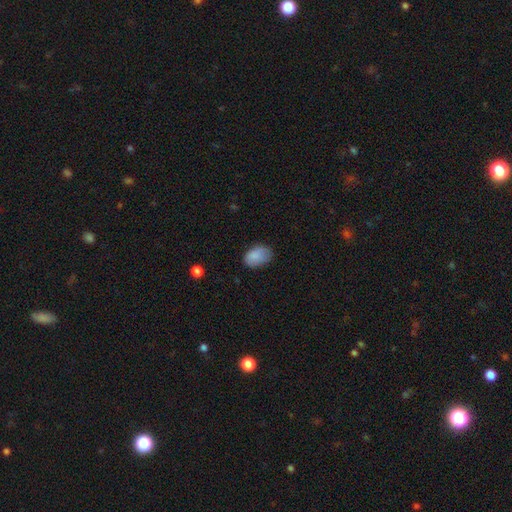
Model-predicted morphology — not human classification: Overall: smooth (86%). How rounded: in between (87%). Merging: none (71%).